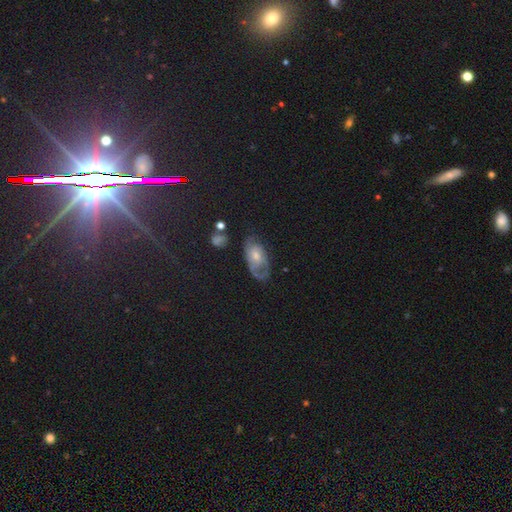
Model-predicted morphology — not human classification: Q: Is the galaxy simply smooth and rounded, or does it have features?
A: featured or disk — 61%.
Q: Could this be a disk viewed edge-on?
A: no — 93%.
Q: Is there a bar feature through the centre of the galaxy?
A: no — 75%.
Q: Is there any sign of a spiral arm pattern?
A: yes — 77%.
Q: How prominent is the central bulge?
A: moderate — 53%.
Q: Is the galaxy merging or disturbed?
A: none — 50%.